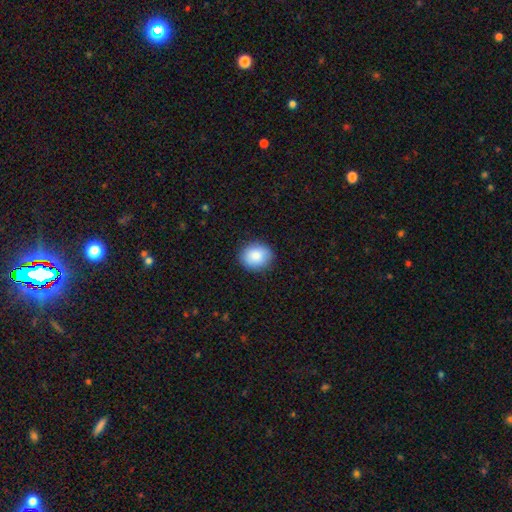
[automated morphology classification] Smooth or featured? Predicted: smooth (p=0.87). How rounded? Predicted: round (p=0.75). Merging? Predicted: none (p=0.89).